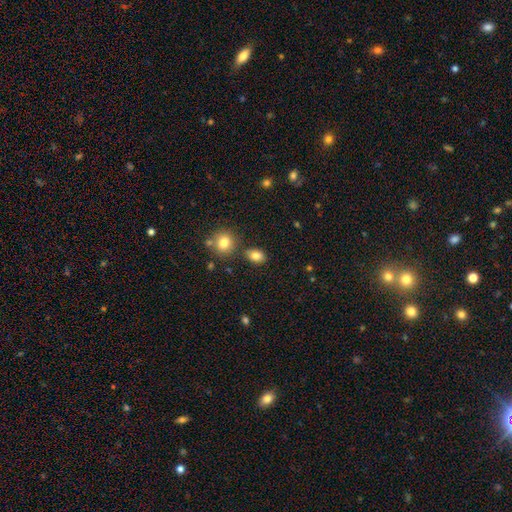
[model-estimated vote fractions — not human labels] smooth-or-featured: smooth: 83% | star or artifact: 10% | featured or disk: 7%
  how-rounded: in between: 72% | round: 27% | cigar-shaped: 1%
  merging: none: 80% | minor disturbance: 10% | merger: 7% | major disturbance: 3%